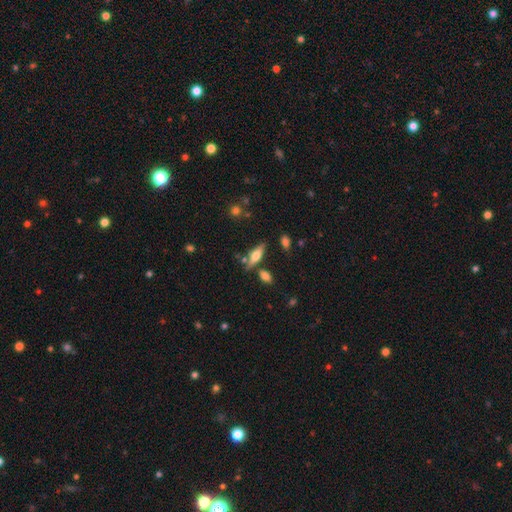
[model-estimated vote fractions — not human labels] Q: Smooth or featured?
A: smooth (48%); runner-up: featured or disk (44%)
Q: Merging?
A: none (72%); runner-up: minor disturbance (13%)